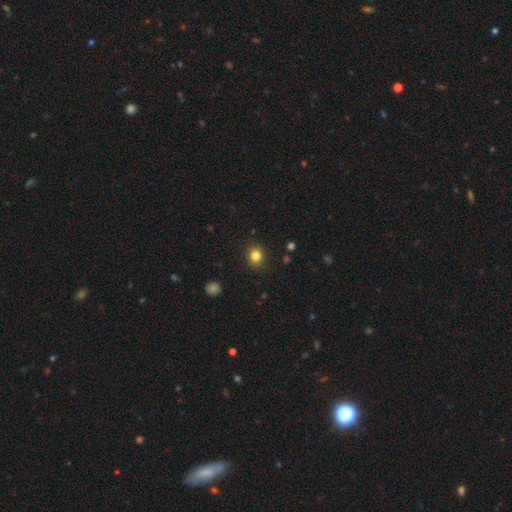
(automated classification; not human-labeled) The model was most divided on "how rounded": round: 76%, in between: 23%, cigar-shaped: 1%. More confident: merging — none (88%); smooth or featured — smooth (83%).